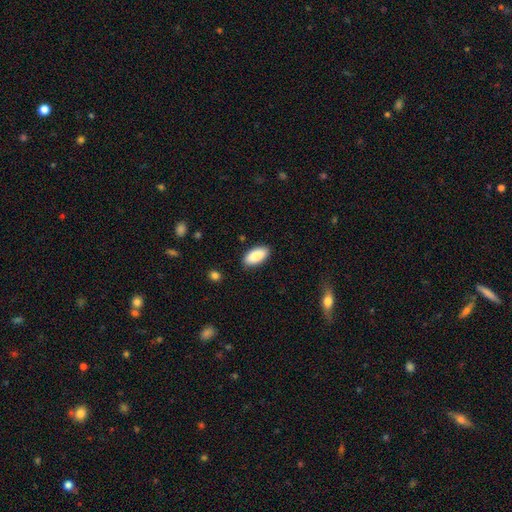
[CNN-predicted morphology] Smooth or featured? Predicted: smooth (p=0.90). How rounded? Predicted: in between (p=0.91). Merging? Predicted: none (p=0.88).